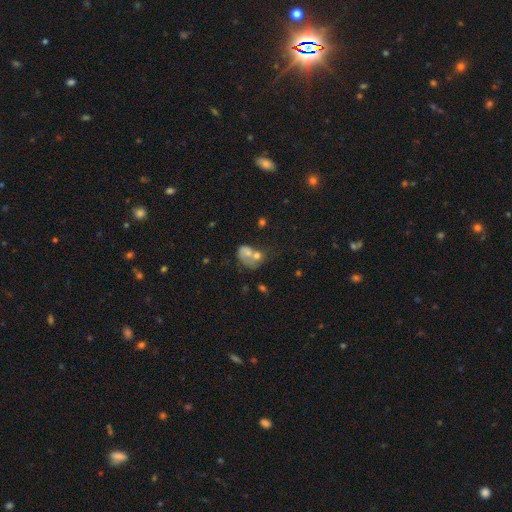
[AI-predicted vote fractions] smooth 50%, featured or disk 31%, star or artifact 19%. Down the decision tree: merging — merger (48%).